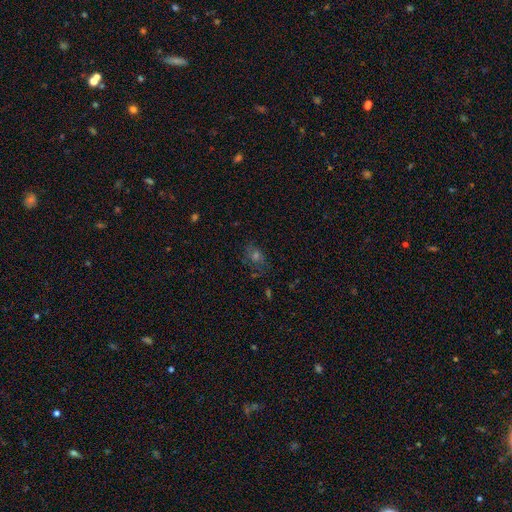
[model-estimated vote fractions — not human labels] smooth-or-featured: smooth: 34% | star or artifact: 33% | featured or disk: 33%
  merging: none: 70% | minor disturbance: 17% | major disturbance: 10% | merger: 3%